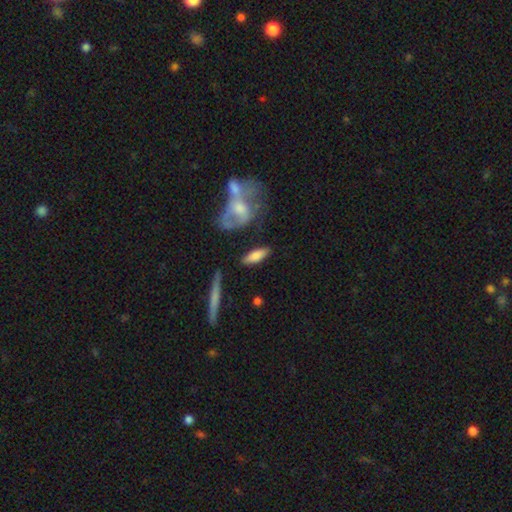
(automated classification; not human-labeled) Smooth or featured? smooth (76%)
How rounded? in between (57%)
Merging? none (78%)